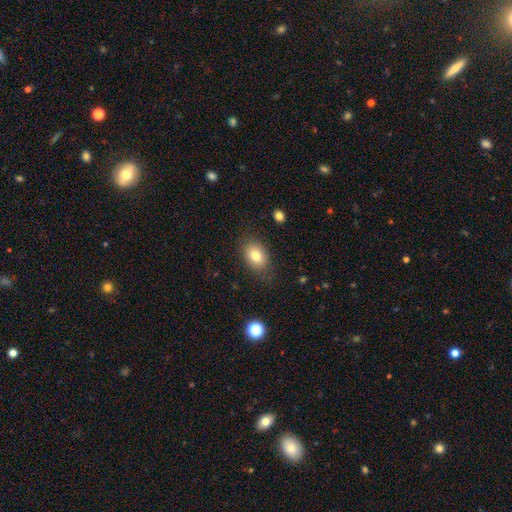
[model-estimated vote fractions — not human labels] Morphology: type=smooth (81%); roundness=in between (78%); merging=none (80%).